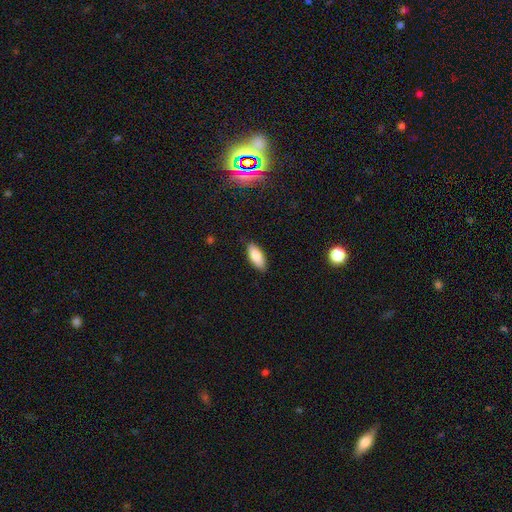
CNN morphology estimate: A smooth galaxy with no disk features (82%) that is in between round and cigar-shaped (83%). Merging: none (86%).